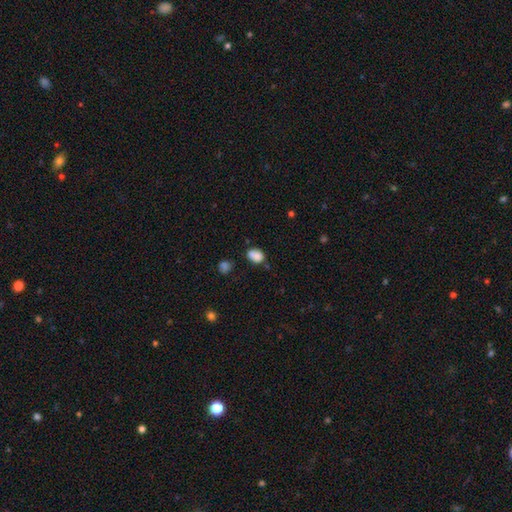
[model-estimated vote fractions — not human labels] A smooth galaxy with no disk features (81%) that is in between round and cigar-shaped (63%). Merging: none (51%).